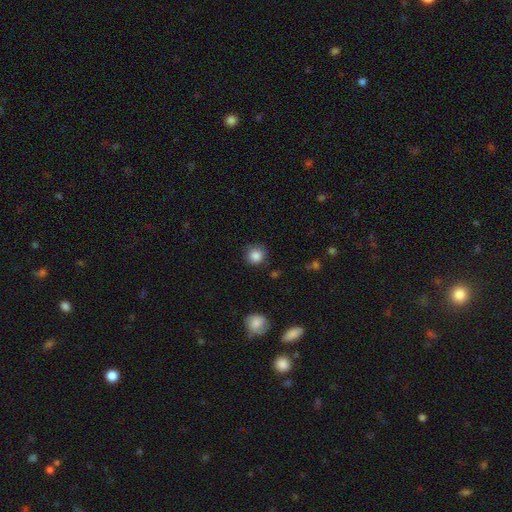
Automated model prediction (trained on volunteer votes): smooth 86%, star or artifact 10%, featured or disk 4%. Down the decision tree: how rounded — round (92%); merging — none (82%).